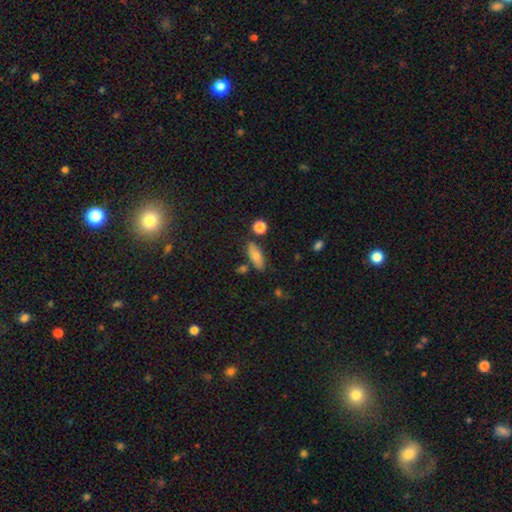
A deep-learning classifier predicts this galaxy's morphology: type=smooth (73%); roundness=in between (73%); merging=none (78%).